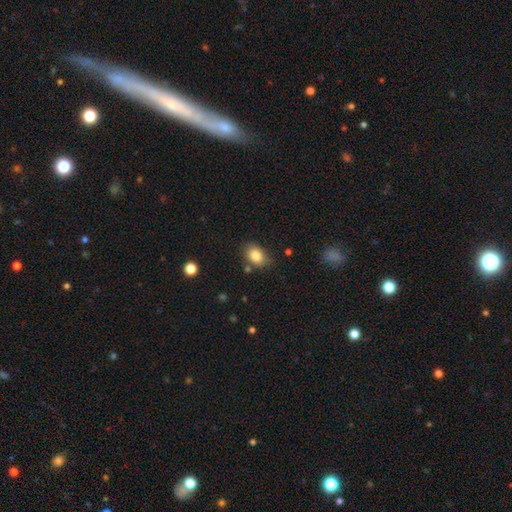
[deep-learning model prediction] smooth-or-featured: smooth: 83% | star or artifact: 9% | featured or disk: 8%
  how-rounded: in between: 73% | round: 26% | cigar-shaped: 1%
  merging: none: 73% | minor disturbance: 18% | merger: 5% | major disturbance: 4%